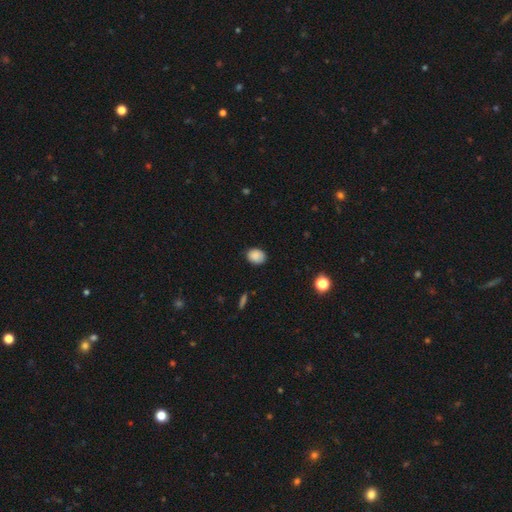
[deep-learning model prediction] Smooth or featured: smooth — 87% (star or artifact — 9%)
How rounded: in between — 59% (round — 40%)
Merging: none — 84% (minor disturbance — 13%)